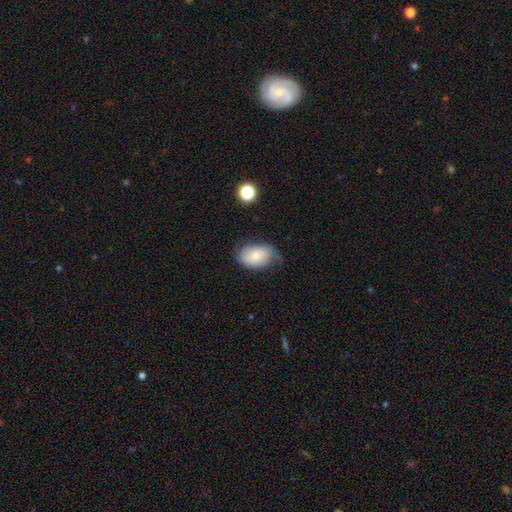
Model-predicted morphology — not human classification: This appears to be a smooth galaxy with no disk features (74%) that is in between round and cigar-shaped (89%). Merging: none (55%).